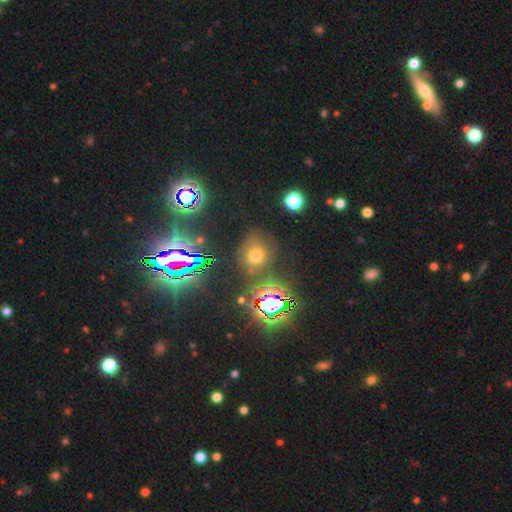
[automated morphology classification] Smooth or featured? Predicted: smooth (p=0.59). How rounded? Predicted: round (p=0.75). Merging? Predicted: none (p=0.66).